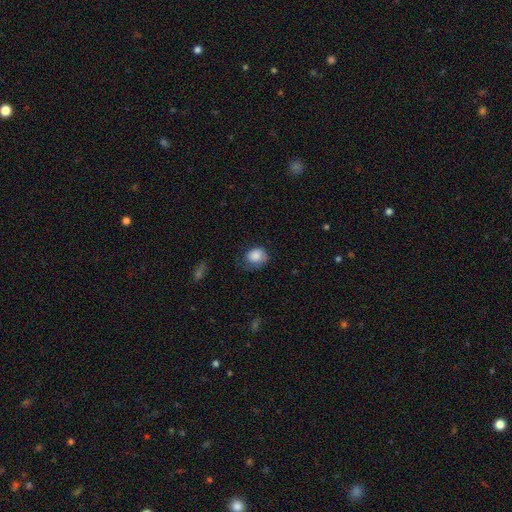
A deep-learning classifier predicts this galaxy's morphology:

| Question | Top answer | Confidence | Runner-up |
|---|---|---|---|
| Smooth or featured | smooth | 83% | featured or disk (10%) |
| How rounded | round | 55% | in between (44%) |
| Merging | none | 48% | minor disturbance (33%) |